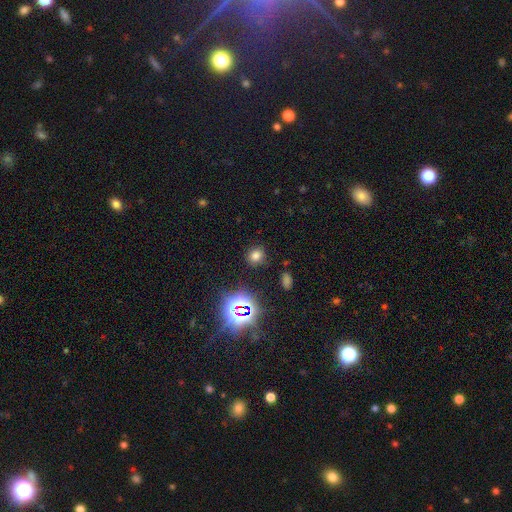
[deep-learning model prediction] Smooth or featured? smooth (69%)
How rounded? round (75%)
Merging? none (86%)